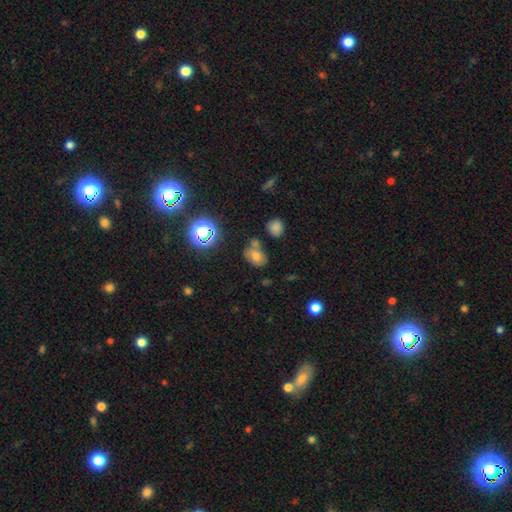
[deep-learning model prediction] Smooth or featured: smooth — 64% (star or artifact — 21%)
How rounded: in between — 65% (round — 34%)
Merging: none — 52% (merger — 25%)